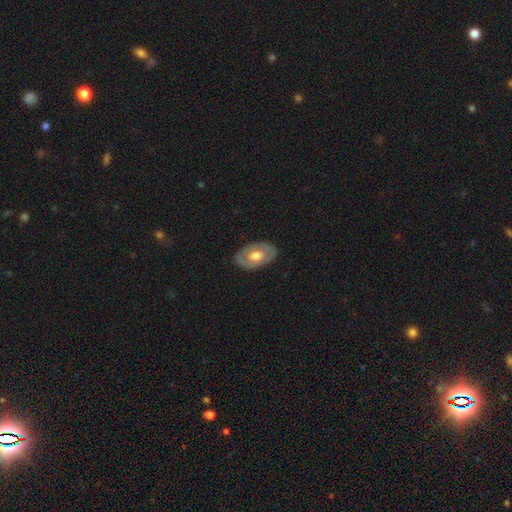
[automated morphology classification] featured or disk 56%, smooth 39%, star or artifact 5%. Down the decision tree: edge-on disk — no (91%); bar — no (67%); spiral arms — no (63%); bulge size — moderate (63%); merging — none (84%).